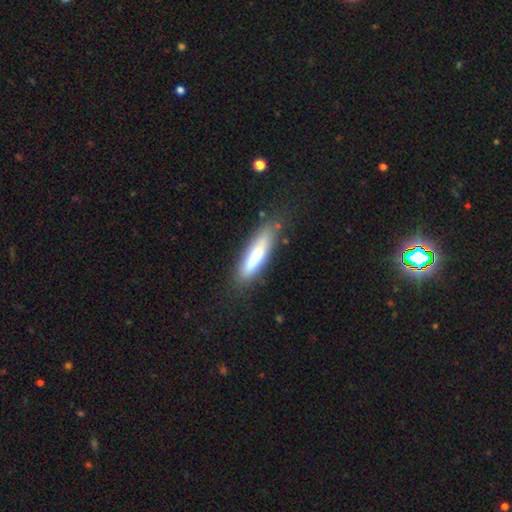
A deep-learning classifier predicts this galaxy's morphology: Q: Smooth or featured?
A: smooth (66%); runner-up: featured or disk (26%)
Q: How rounded?
A: cigar-shaped (74%); runner-up: in between (25%)
Q: Merging?
A: none (76%); runner-up: minor disturbance (17%)